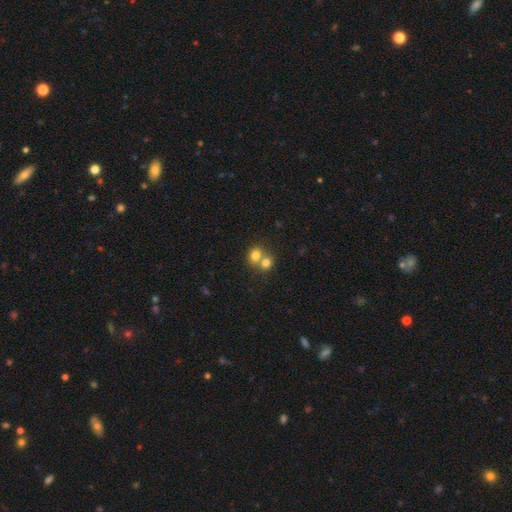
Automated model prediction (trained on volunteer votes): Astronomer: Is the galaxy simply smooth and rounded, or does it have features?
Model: smooth — 77%.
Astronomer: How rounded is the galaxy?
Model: round — 67%.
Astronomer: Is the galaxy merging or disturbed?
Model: merger — 61%.